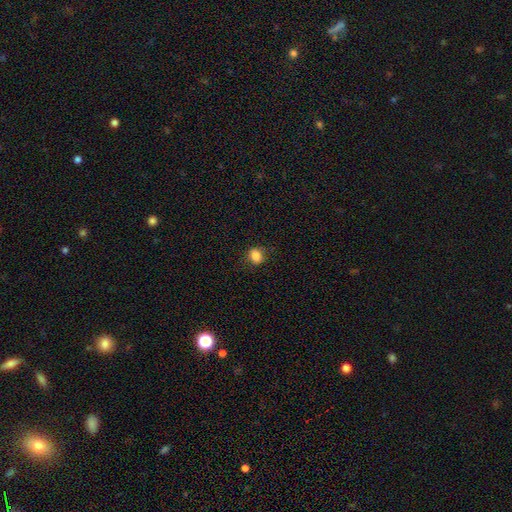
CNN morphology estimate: type=smooth (84%); roundness=round (57%); merging=none (81%).